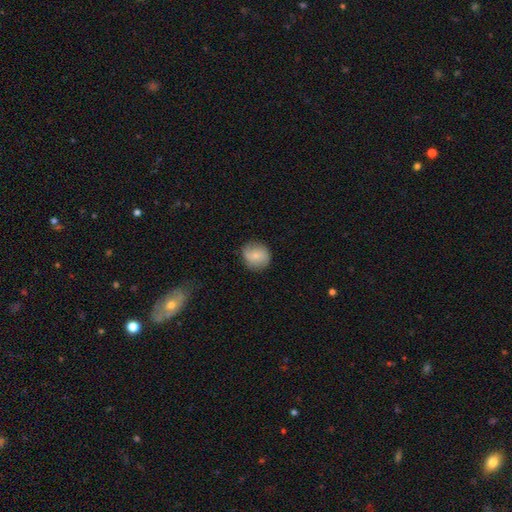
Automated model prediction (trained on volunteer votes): Morphology: type=smooth (72%); roundness=round (85%); merging=none (82%).